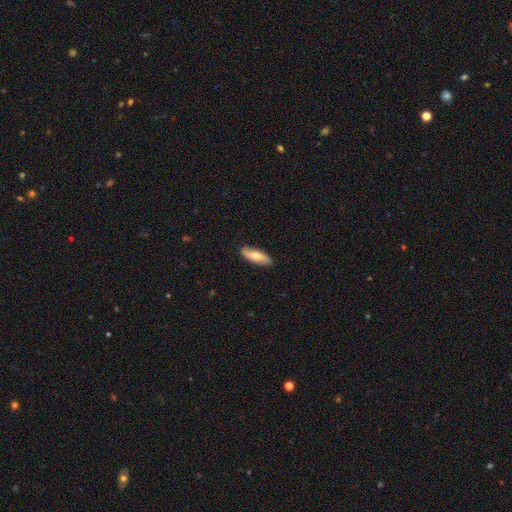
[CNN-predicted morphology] A smooth galaxy with no disk features (58%) that is in between round and cigar-shaped (52%).

Vote fractions:
- Smooth or featured? smooth: 58% / featured or disk: 36% / star or artifact: 6%
- How rounded? in between: 52% / cigar-shaped: 46% / round: 3%
- Merging? none: 86% / minor disturbance: 11% / major disturbance: 2% / merger: 1%